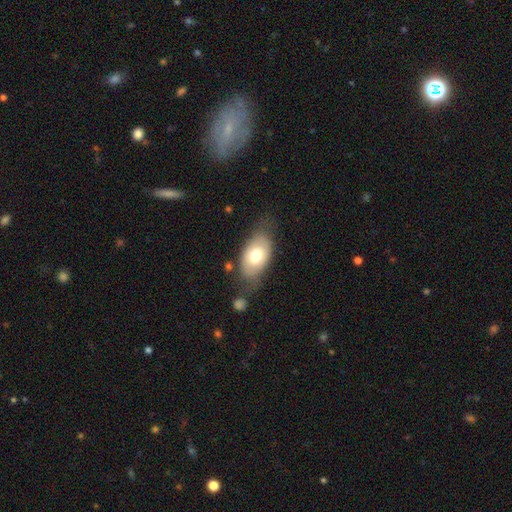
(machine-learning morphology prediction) The model was most divided on "smooth or featured": smooth: 68%, featured or disk: 26%, star or artifact: 6%. More confident: how rounded — in between (92%); merging — none (64%).